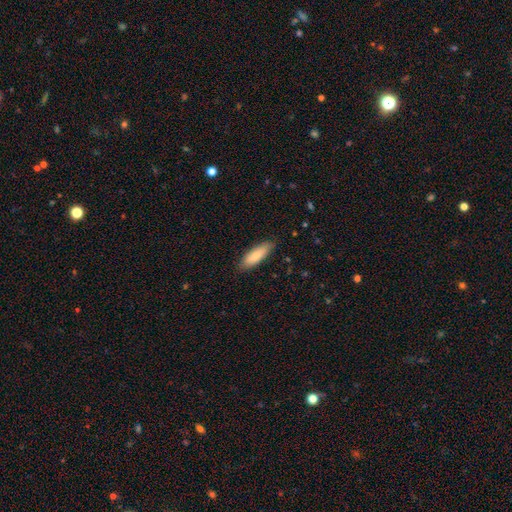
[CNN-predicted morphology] This appears to be a smooth galaxy with no disk features (82%) that is cigar-shaped (51%). Merging: none (86%).